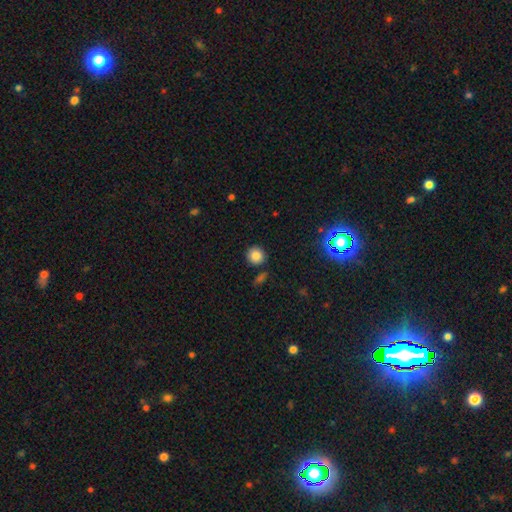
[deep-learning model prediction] smooth 83%, star or artifact 11%, featured or disk 5%. Down the decision tree: how rounded — round (90%); merging — none (84%).